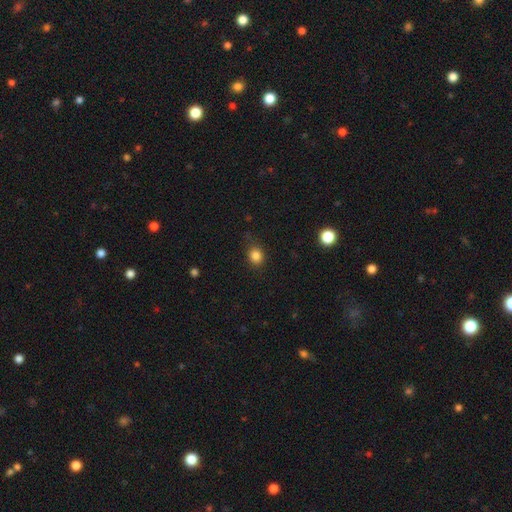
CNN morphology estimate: Smooth or featured: smooth — 84% (star or artifact — 12%)
How rounded: round — 71% (in between — 28%)
Merging: none — 81% (minor disturbance — 14%)